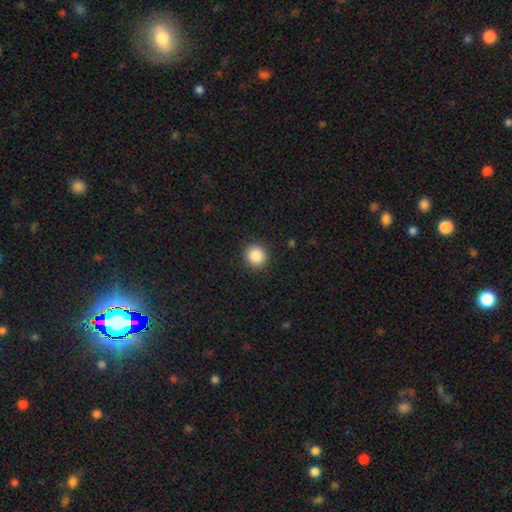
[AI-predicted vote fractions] A smooth galaxy with no disk features (87%) that is round (90%).

Vote fractions:
- Smooth or featured? smooth: 87% / star or artifact: 9% / featured or disk: 3%
- How rounded? round: 90% / in between: 9% / cigar-shaped: 1%
- Merging? none: 92% / minor disturbance: 5% / major disturbance: 2% / merger: 1%